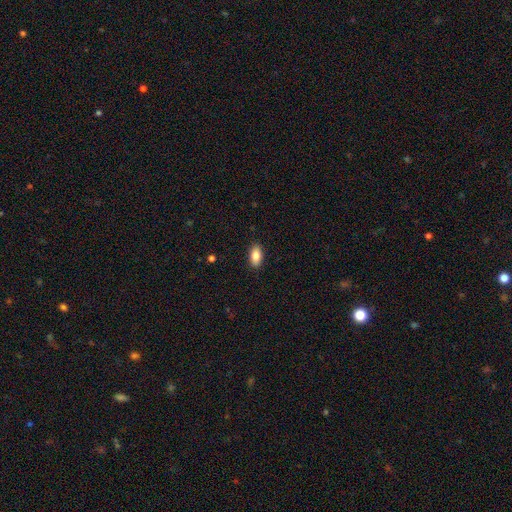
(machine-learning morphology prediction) smooth-or-featured: smooth: 85% | featured or disk: 8% | star or artifact: 7%
  how-rounded: in between: 91% | cigar-shaped: 5% | round: 4%
  merging: none: 89% | minor disturbance: 8% | major disturbance: 2% | merger: 1%